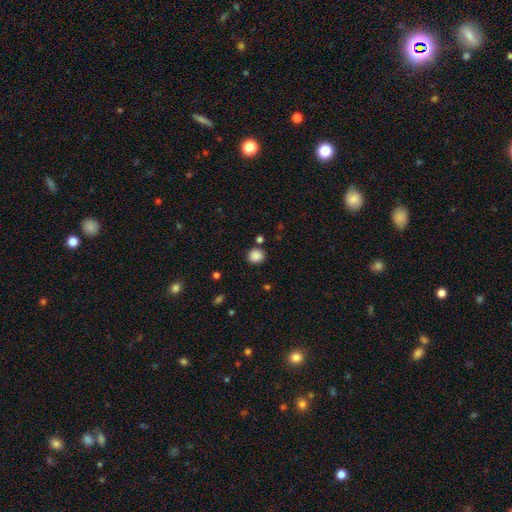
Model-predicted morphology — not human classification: A smooth galaxy with no disk features (87%) that is round (86%).

Vote fractions:
- Smooth or featured? smooth: 87% / star or artifact: 10% / featured or disk: 3%
- How rounded? round: 86% / in between: 13% / cigar-shaped: 1%
- Merging? none: 83% / minor disturbance: 9% / merger: 5% / major disturbance: 3%